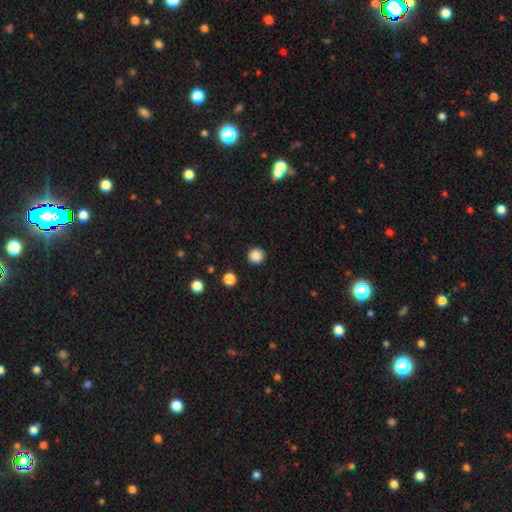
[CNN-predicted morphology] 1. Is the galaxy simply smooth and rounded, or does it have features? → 87% smooth, 10% star or artifact, 3% featured or disk.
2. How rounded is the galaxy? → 96% round, 3% in between, 1% cigar-shaped.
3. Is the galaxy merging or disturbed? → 93% none, 4% minor disturbance, 2% major disturbance, 1% merger.